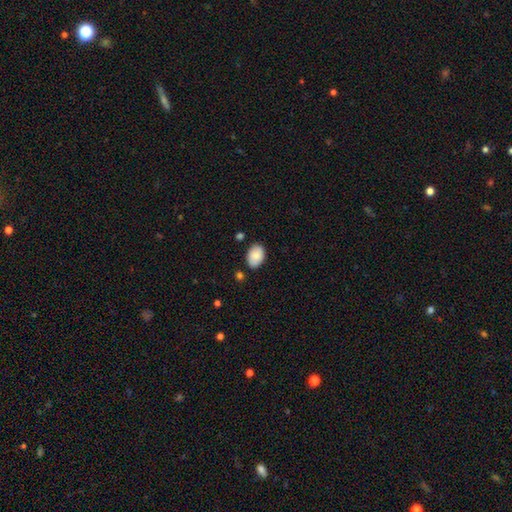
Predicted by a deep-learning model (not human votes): Smooth or featured?
  - smooth: 86% *
  - featured or disk: 8%
  - star or artifact: 7%
How rounded?
  - in between: 86% *
  - round: 13%
  - cigar-shaped: 1%
Merging?
  - none: 81% *
  - minor disturbance: 13%
  - merger: 3%
  - major disturbance: 2%